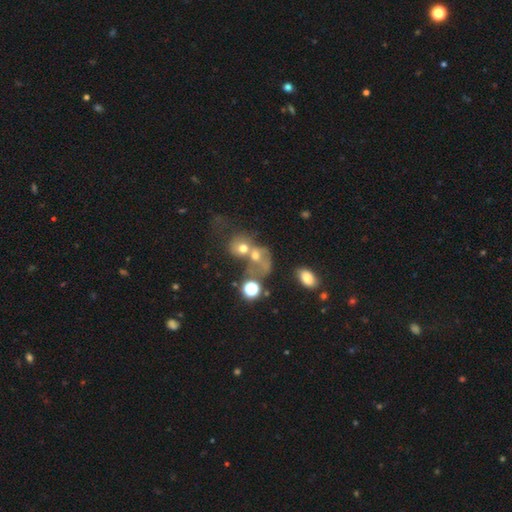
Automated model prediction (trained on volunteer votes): smooth-or-featured: smooth: 53% | featured or disk: 29% | star or artifact: 18%
  how-rounded: round: 56% | in between: 43% | cigar-shaped: 1%
  merging: merger: 61% | major disturbance: 16% | none: 15% | minor disturbance: 7%